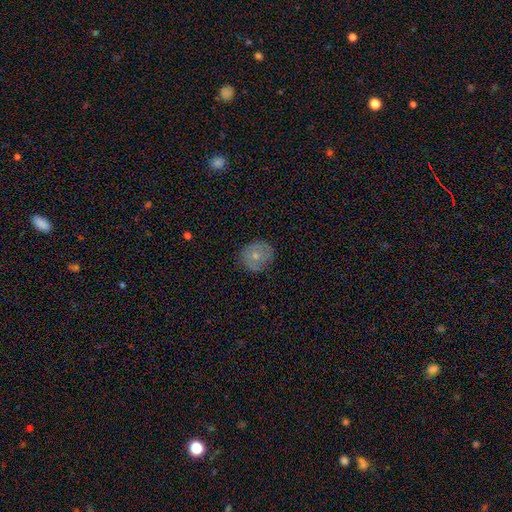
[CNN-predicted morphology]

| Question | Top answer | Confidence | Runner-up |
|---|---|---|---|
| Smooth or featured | smooth | 61% | featured or disk (30%) |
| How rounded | round | 84% | in between (15%) |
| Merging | none | 79% | minor disturbance (16%) |